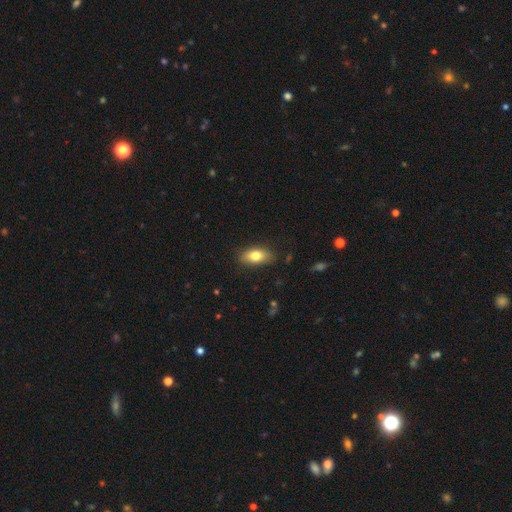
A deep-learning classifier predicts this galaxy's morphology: This is likely a smooth galaxy (76%). How rounded: clearly in between (85%). Merging: clearly none (84%).